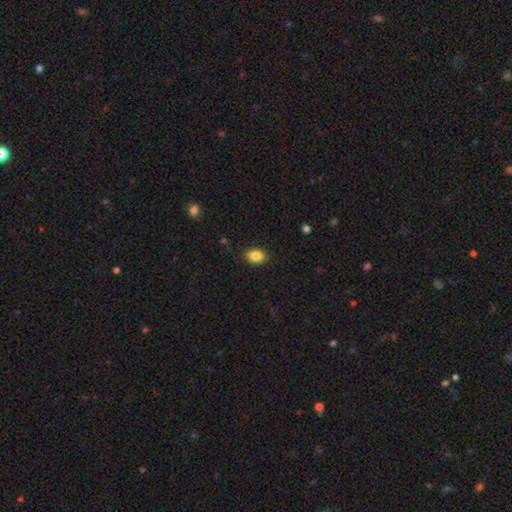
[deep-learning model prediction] A smooth galaxy with no disk features (86%) that is in between round and cigar-shaped (69%). Merging: none (88%).